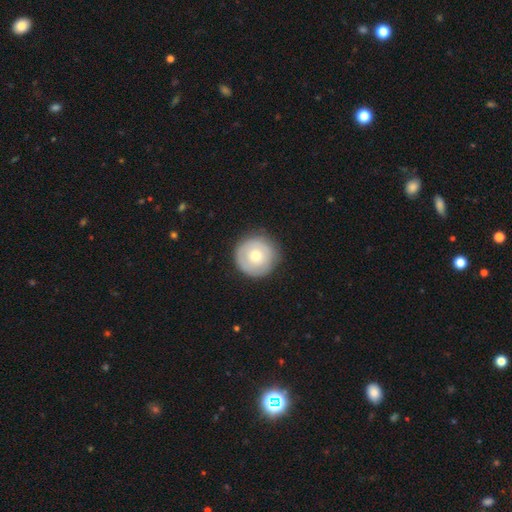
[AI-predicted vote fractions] smooth 65%, featured or disk 29%, star or artifact 7%. Down the decision tree: how rounded — round (95%); merging — none (85%).